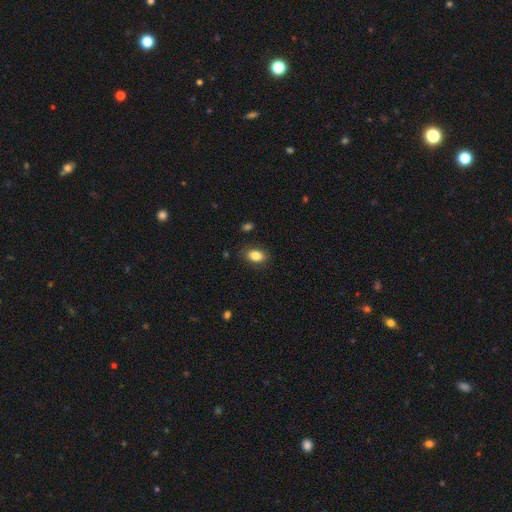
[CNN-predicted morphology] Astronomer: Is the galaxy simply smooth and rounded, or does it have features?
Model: smooth — 83%.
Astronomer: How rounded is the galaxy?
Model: in between — 88%.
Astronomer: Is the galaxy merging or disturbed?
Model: none — 85%.